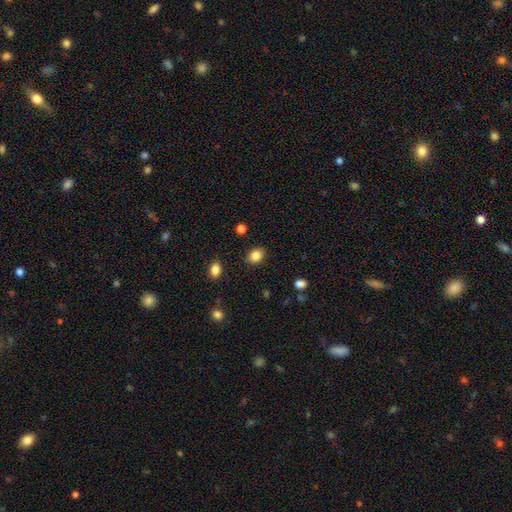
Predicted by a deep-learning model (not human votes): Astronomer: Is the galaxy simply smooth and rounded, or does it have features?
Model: smooth — 85%.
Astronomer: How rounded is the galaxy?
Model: in between — 52% (runner-up: round, 47%).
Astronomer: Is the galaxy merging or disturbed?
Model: none — 87%.